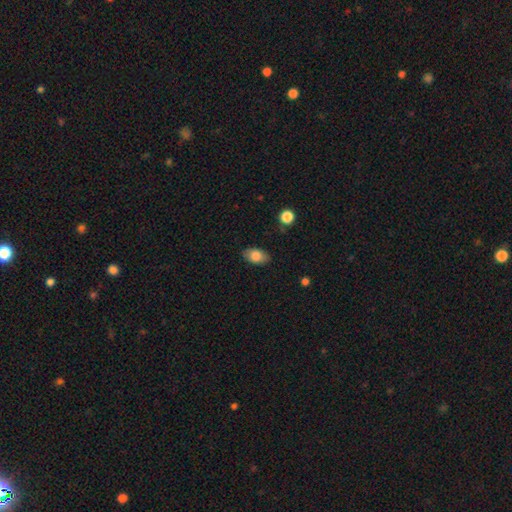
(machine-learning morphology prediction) Smooth or featured? Predicted: smooth (p=0.80). How rounded? Predicted: in between (p=0.90). Merging? Predicted: none (p=0.83).